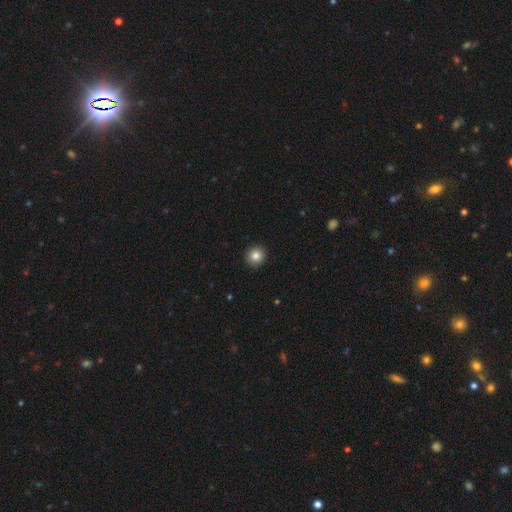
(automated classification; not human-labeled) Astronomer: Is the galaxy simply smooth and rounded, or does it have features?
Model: smooth — 84%.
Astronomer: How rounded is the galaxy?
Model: round — 91%.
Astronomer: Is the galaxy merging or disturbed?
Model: none — 93%.